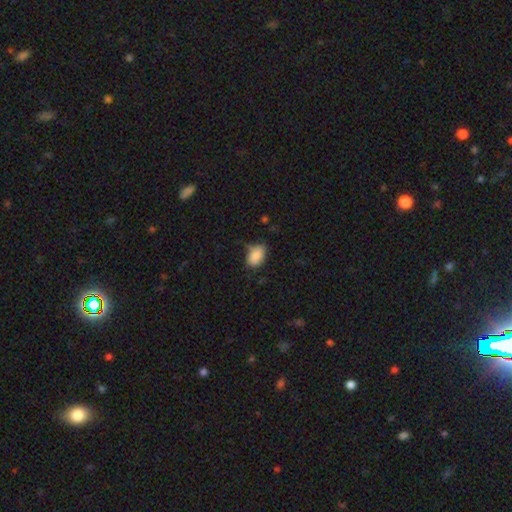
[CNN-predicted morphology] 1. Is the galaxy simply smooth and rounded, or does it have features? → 88% smooth, 7% star or artifact, 5% featured or disk.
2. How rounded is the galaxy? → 88% in between, 11% round, 1% cigar-shaped.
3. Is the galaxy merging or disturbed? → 68% none, 25% minor disturbance, 5% major disturbance, 2% merger.